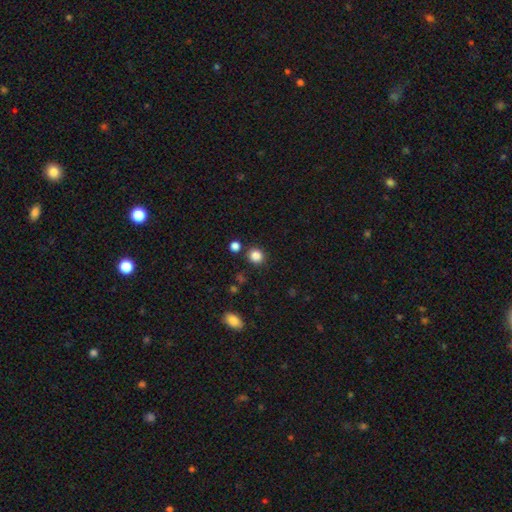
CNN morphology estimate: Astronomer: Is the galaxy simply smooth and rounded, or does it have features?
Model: smooth — 85%.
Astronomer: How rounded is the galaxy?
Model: round — 85%.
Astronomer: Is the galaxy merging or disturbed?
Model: none — 85%.